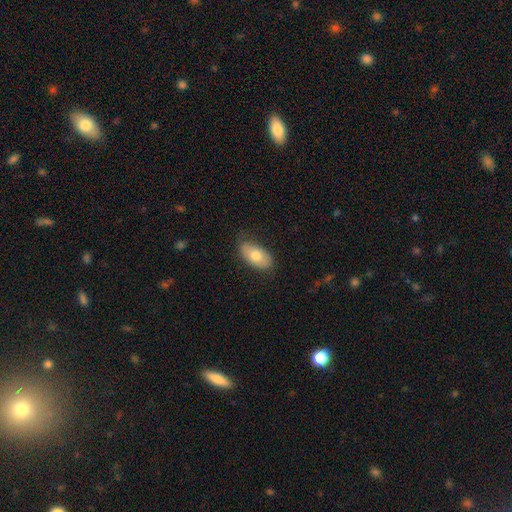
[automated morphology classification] Q: Smooth or featured?
A: smooth (73%); runner-up: featured or disk (21%)
Q: How rounded?
A: in between (94%); runner-up: round (4%)
Q: Merging?
A: none (77%); runner-up: minor disturbance (18%)